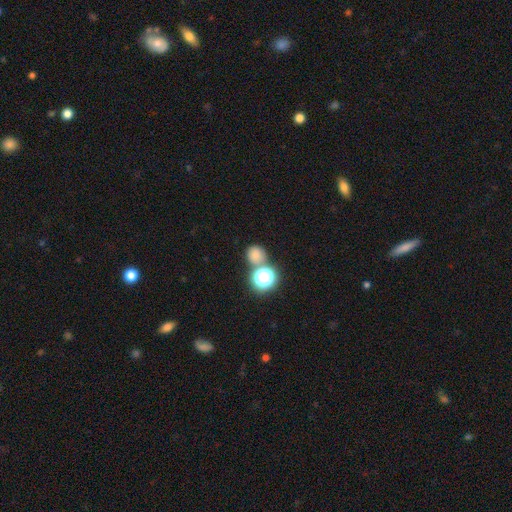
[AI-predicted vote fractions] smooth 73%, star or artifact 21%, featured or disk 6%. Down the decision tree: how rounded — round (82%); merging — none (63%).